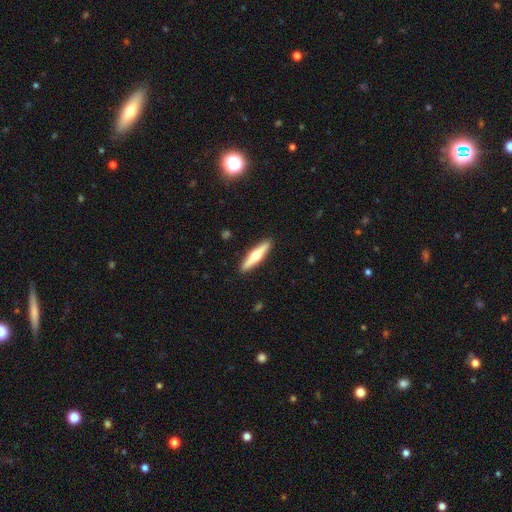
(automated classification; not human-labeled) Overall: featured or disk (58%; smooth 37%). Edge-on disk: yes (96%). Edge-on bulge: rounded (94%). Merging: none (91%).